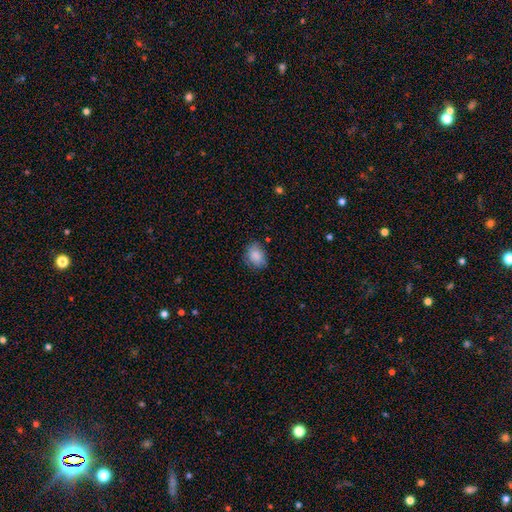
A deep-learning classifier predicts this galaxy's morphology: smooth_or_featured: smooth (p=0.85) [alt: star or artifact p=0.08]
how_rounded: in between (p=0.58) [alt: round p=0.41]
merging: none (p=0.73) [alt: minor disturbance p=0.21]